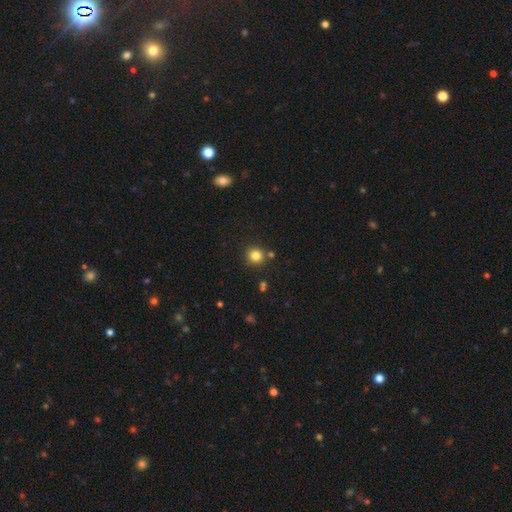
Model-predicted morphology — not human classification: A smooth galaxy with no disk features (82%) that is round (91%). Merging: none (83%).